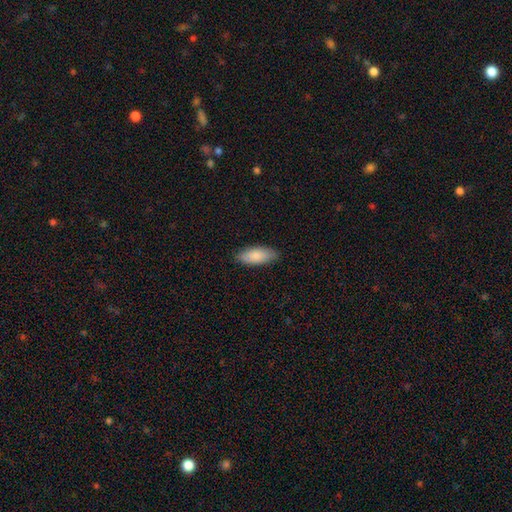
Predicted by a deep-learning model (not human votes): Smooth or featured?
  - smooth: 85% *
  - featured or disk: 10%
  - star or artifact: 5%
How rounded?
  - in between: 81% *
  - cigar-shaped: 18%
  - round: 2%
Merging?
  - none: 85% *
  - minor disturbance: 12%
  - major disturbance: 2%
  - merger: 1%